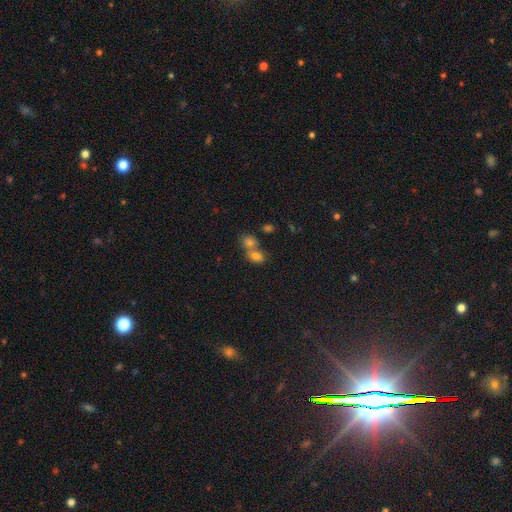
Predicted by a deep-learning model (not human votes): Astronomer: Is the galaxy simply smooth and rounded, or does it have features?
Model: smooth — 77%.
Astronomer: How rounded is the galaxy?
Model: in between — 63%.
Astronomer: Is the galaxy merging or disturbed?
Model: merger — 62%.